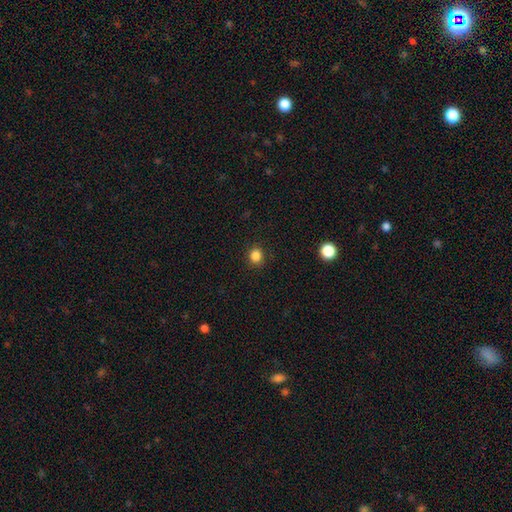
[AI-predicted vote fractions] Smooth or featured?
  - smooth: 85% *
  - star or artifact: 12%
  - featured or disk: 3%
How rounded?
  - round: 80% *
  - in between: 19%
  - cigar-shaped: 1%
Merging?
  - none: 90% *
  - minor disturbance: 7%
  - major disturbance: 2%
  - merger: 1%